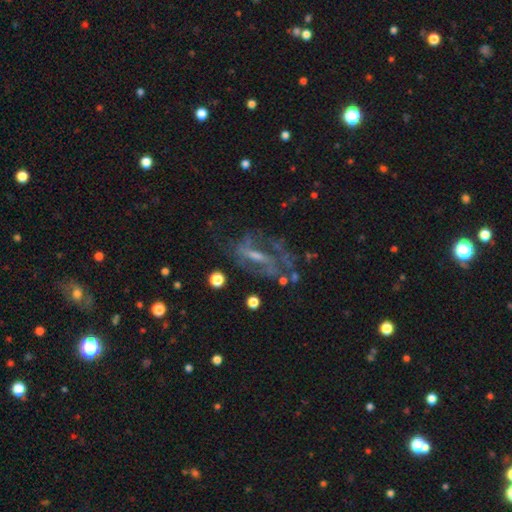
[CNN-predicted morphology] Q: Smooth or featured?
A: featured or disk (74%); runner-up: smooth (14%)
Q: Edge-on disk?
A: no (89%); runner-up: yes (11%)
Q: Bar?
A: weak (42%); runner-up: strong (30%)
Q: Spiral arms?
A: yes (72%); runner-up: no (28%)
Q: Bulge size?
A: small (48%); runner-up: moderate (31%)
Q: Merging?
A: none (48%); runner-up: major disturbance (27%)